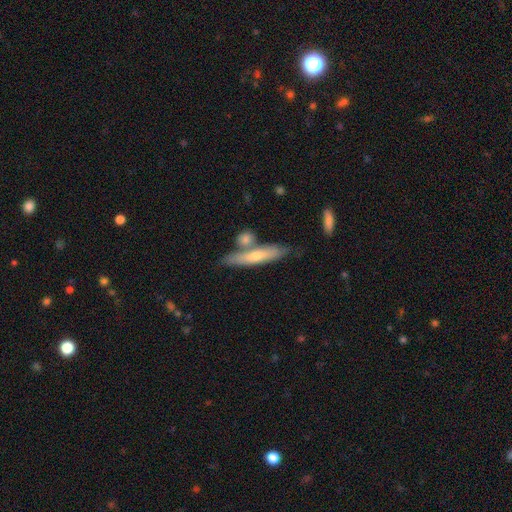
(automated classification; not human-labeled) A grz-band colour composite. It shows a smooth galaxy with no disk features (54%) that is cigar-shaped (85%). Merging: none (63%).